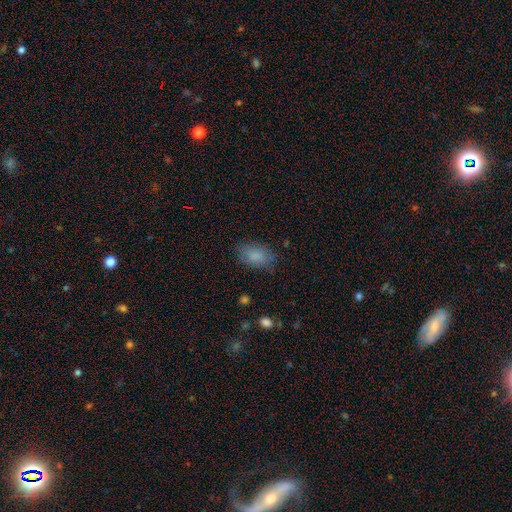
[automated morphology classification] Q: Smooth or featured?
A: smooth (85%); runner-up: star or artifact (9%)
Q: How rounded?
A: in between (88%); runner-up: round (11%)
Q: Merging?
A: none (78%); runner-up: minor disturbance (16%)